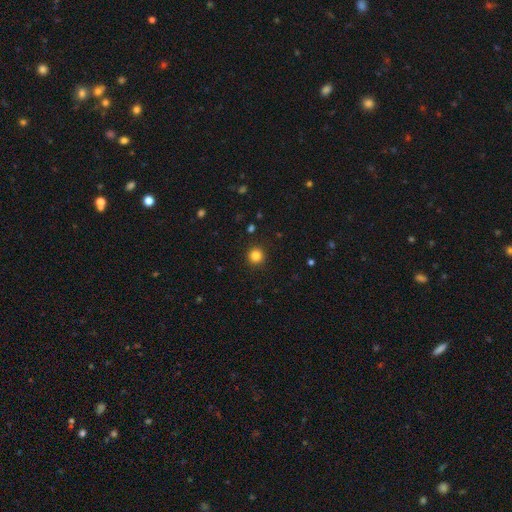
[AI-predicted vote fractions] Smooth or featured? Predicted: smooth (p=0.83). How rounded? Predicted: round (p=0.95). Merging? Predicted: none (p=0.92).